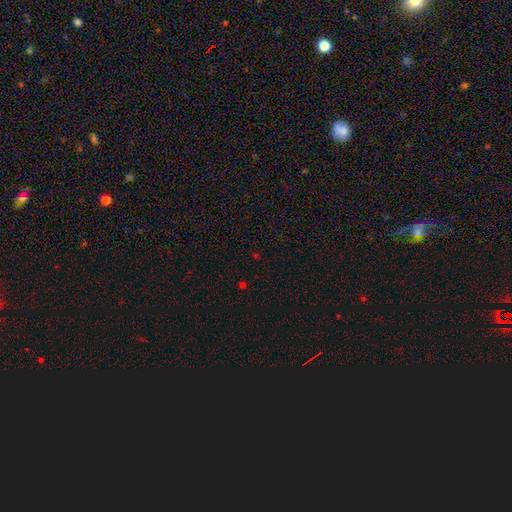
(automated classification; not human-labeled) Smooth or featured?
  - star or artifact: 61% *
  - smooth: 32%
  - featured or disk: 7%